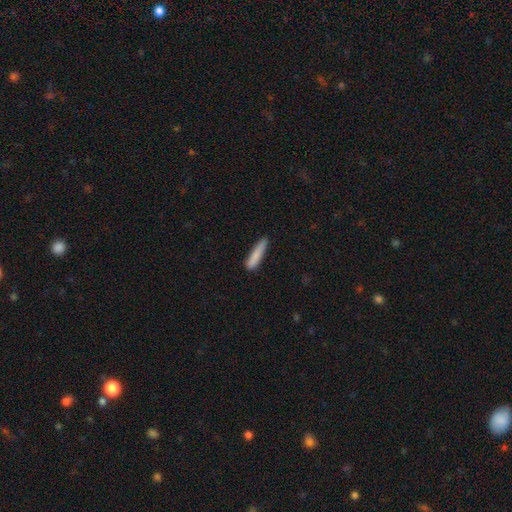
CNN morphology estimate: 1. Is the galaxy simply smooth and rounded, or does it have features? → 83% smooth, 10% featured or disk, 6% star or artifact.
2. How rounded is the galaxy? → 88% cigar-shaped, 10% in between, 1% round.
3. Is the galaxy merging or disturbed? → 77% none, 18% minor disturbance, 3% major disturbance, 2% merger.